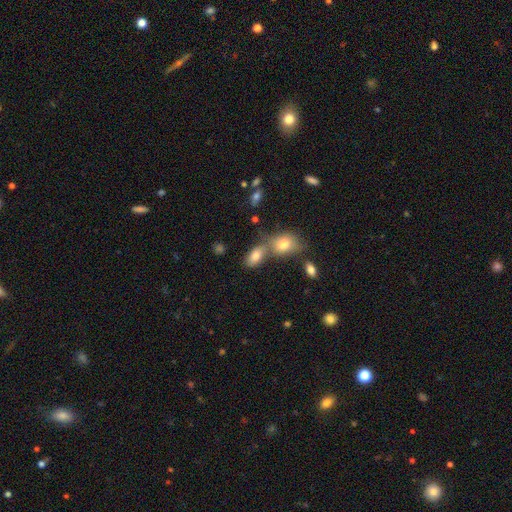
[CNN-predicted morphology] Smooth or featured: smooth — 79% (featured or disk — 11%)
How rounded: in between — 89% (round — 7%)
Merging: none — 44% (merger — 41%)